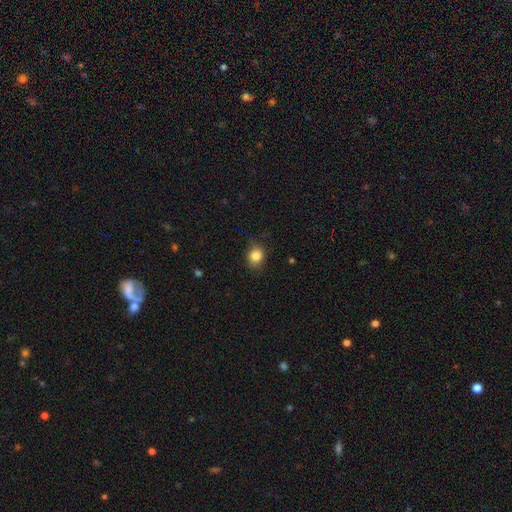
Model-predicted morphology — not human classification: Overall: smooth (84%). How rounded: round (65%; in between 34%). Merging: none (78%).